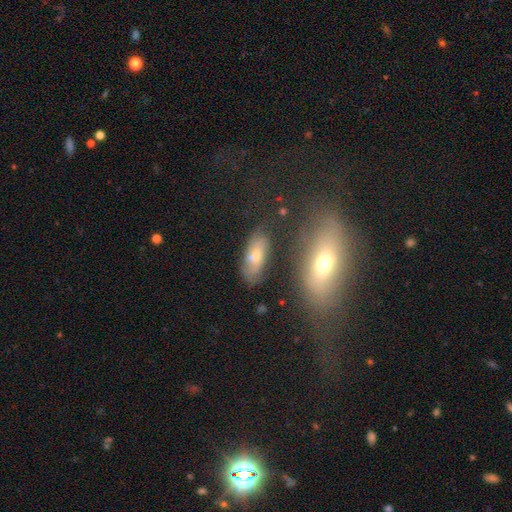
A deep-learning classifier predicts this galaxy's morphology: This is possibly a smooth galaxy (48%). Merging: likely none (65%).